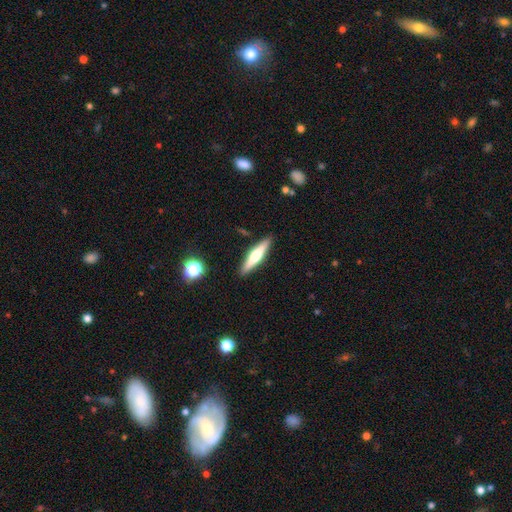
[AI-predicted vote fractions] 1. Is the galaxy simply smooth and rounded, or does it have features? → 52% featured or disk, 42% smooth, 6% star or artifact.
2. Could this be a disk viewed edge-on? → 95% yes, 5% no.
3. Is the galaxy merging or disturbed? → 90% none, 7% minor disturbance, 2% major disturbance, 1% merger.